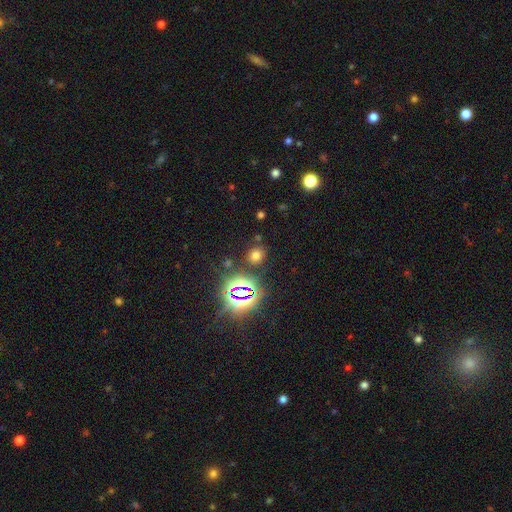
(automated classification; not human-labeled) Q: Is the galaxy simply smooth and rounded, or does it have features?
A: smooth — 61%.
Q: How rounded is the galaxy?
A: round — 76%.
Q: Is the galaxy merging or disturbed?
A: none — 84%.